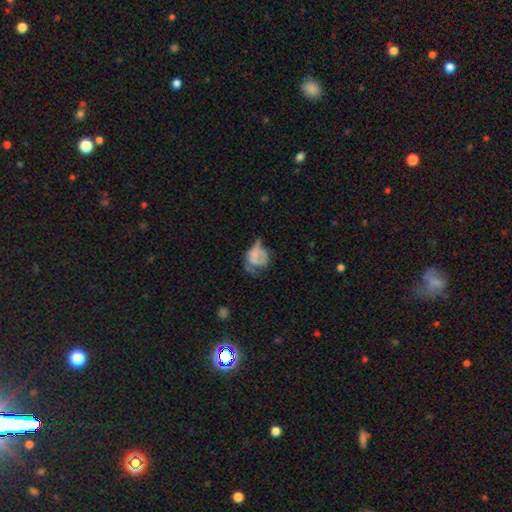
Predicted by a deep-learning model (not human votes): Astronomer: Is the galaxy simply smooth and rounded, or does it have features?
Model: smooth — 54% (runner-up: featured or disk, 35%).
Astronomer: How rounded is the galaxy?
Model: in between — 51% (runner-up: round, 47%).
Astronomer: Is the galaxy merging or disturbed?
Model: major disturbance — 39% (runner-up: minor disturbance, 29%).